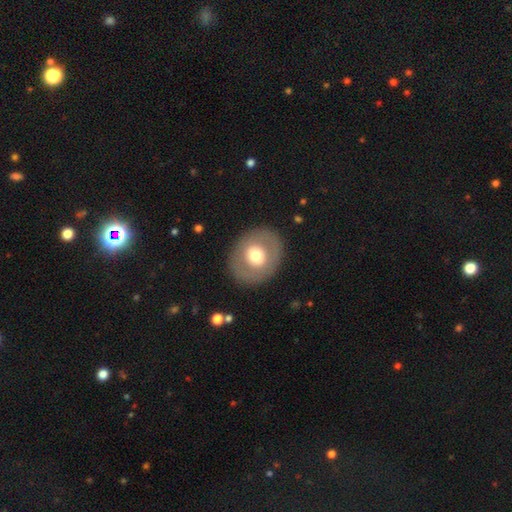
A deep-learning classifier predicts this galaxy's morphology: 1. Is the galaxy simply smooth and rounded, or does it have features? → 55% smooth, 38% featured or disk, 7% star or artifact.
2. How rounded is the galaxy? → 66% round, 33% in between, 1% cigar-shaped.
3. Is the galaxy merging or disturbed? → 86% none, 8% minor disturbance, 4% major disturbance, 1% merger.